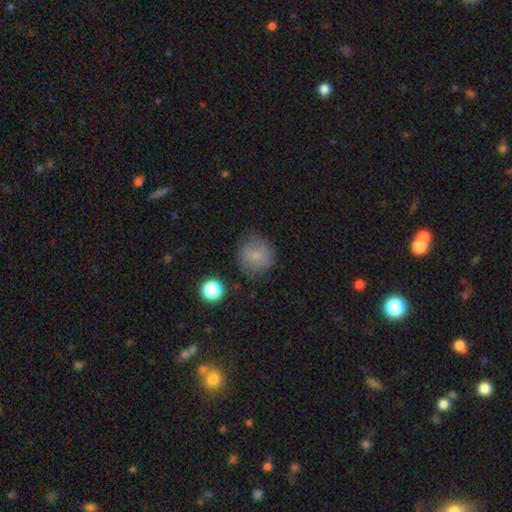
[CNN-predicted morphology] The model was most divided on "merging": none: 76%, minor disturbance: 16%, major disturbance: 5%, merger: 2%. More confident: how rounded — round (88%); smooth or featured — smooth (78%).